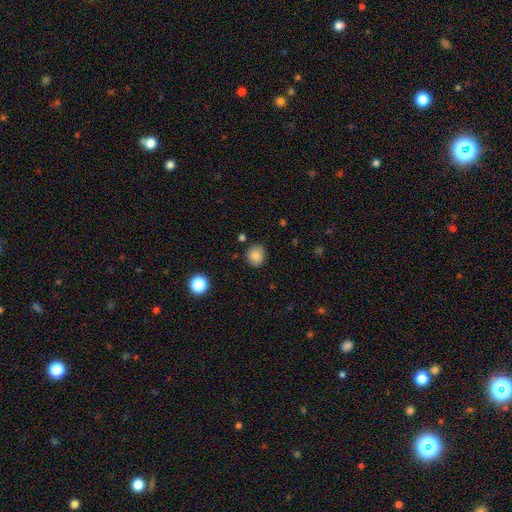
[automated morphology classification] Smooth or featured? Predicted: smooth (p=0.85). How rounded? Predicted: round (p=0.75). Merging? Predicted: none (p=0.83).